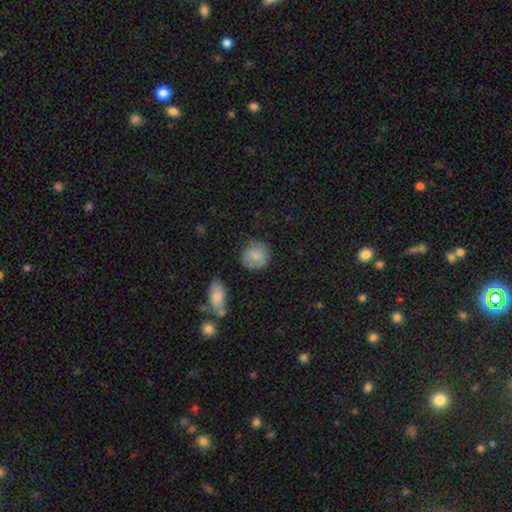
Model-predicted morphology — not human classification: Smooth or featured?
  - smooth: 80% *
  - featured or disk: 13%
  - star or artifact: 7%
How rounded?
  - round: 87% *
  - in between: 12%
  - cigar-shaped: 1%
Merging?
  - none: 72% *
  - minor disturbance: 19%
  - major disturbance: 6%
  - merger: 3%